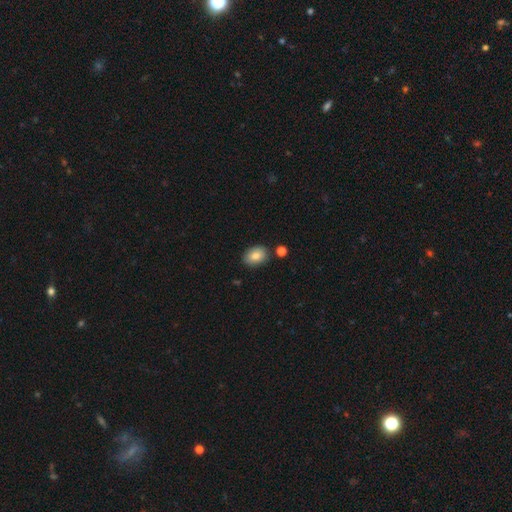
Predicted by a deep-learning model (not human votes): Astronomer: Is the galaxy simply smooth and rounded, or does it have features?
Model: smooth — 83%.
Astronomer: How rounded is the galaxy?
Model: in between — 79%.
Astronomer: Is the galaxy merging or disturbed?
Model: none — 82%.